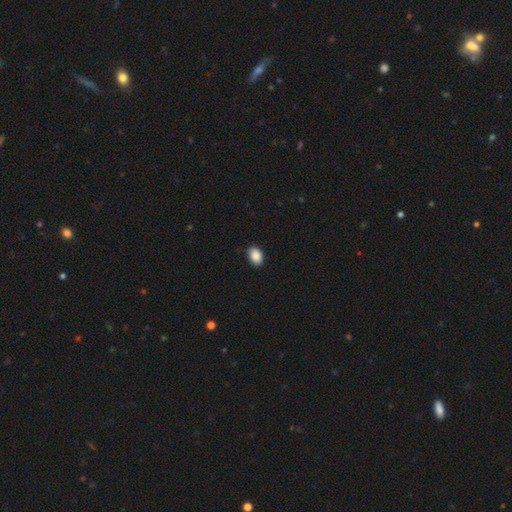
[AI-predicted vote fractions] Q: Smooth or featured?
A: smooth (90%); runner-up: star or artifact (7%)
Q: How rounded?
A: in between (81%); runner-up: round (18%)
Q: Merging?
A: none (85%); runner-up: minor disturbance (12%)